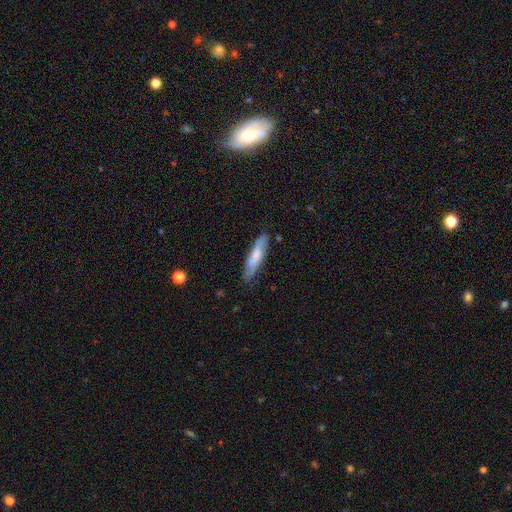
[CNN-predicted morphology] Smooth or featured? Predicted: smooth (p=0.63). How rounded? Predicted: cigar-shaped (p=0.81). Merging? Predicted: none (p=0.80).